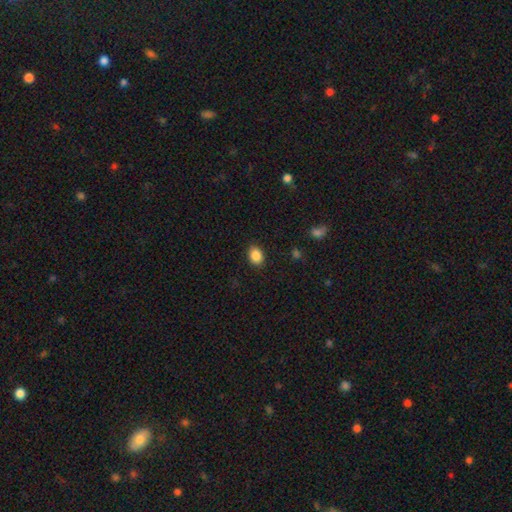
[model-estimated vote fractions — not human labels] smooth_or_featured: smooth (p=0.87) [alt: star or artifact p=0.09]
how_rounded: in between (p=0.62) [alt: round p=0.37]
merging: none (p=0.87) [alt: minor disturbance p=0.10]